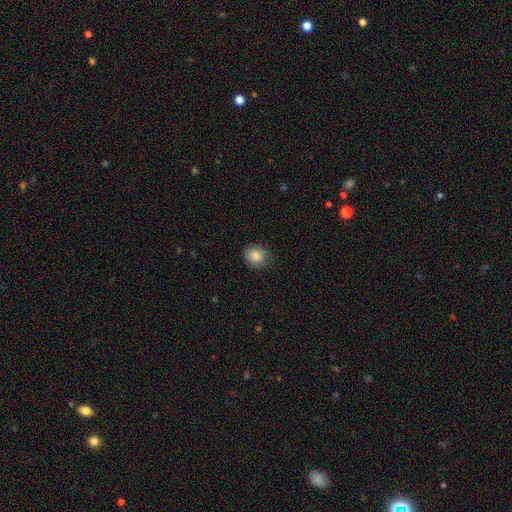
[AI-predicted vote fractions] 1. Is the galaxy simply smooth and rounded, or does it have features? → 86% smooth, 8% star or artifact, 6% featured or disk.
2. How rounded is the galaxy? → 71% round, 28% in between, 1% cigar-shaped.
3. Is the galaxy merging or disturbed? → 79% none, 17% minor disturbance, 4% major disturbance, 1% merger.